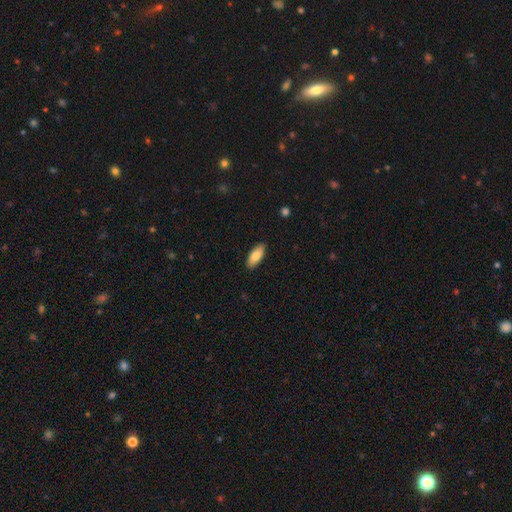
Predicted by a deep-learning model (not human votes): smooth 82%, featured or disk 12%, star or artifact 6%. Down the decision tree: how rounded — in between (84%); merging — none (89%).